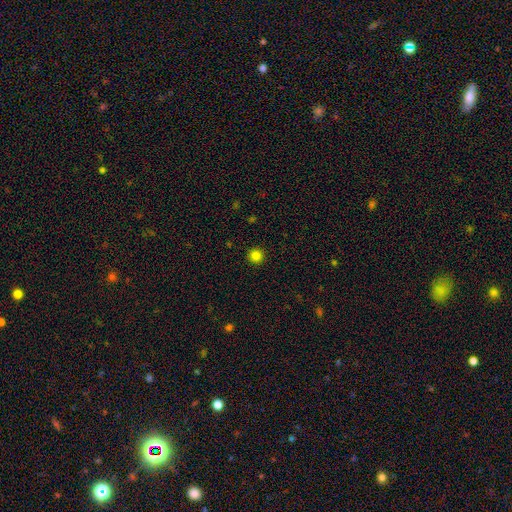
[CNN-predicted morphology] Smooth or featured: smooth — 84% (star or artifact — 12%)
How rounded: round — 96% (in between — 3%)
Merging: none — 93% (minor disturbance — 4%)